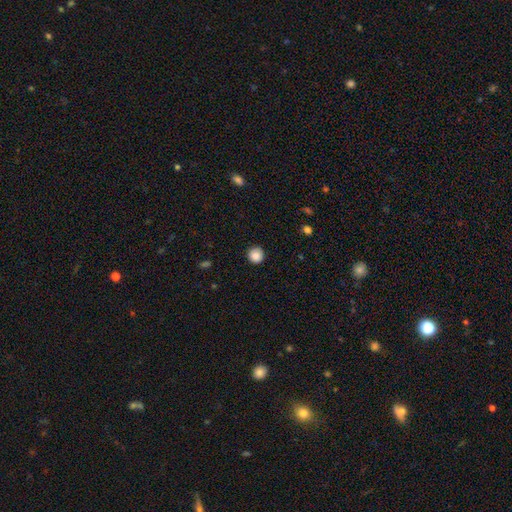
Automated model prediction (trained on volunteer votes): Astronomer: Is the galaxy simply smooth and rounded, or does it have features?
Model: smooth — 87%.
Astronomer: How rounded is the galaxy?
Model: round — 94%.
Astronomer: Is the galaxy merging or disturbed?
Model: none — 88%.